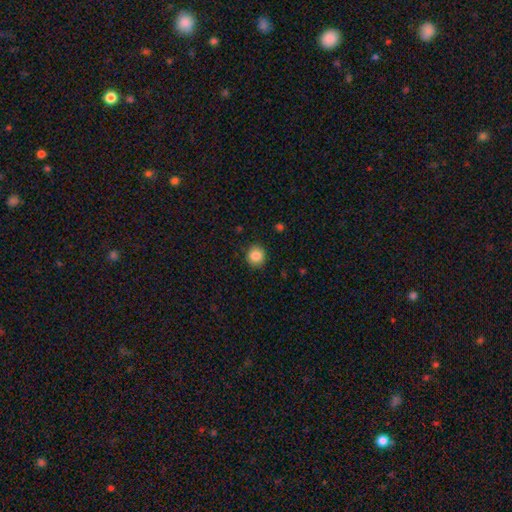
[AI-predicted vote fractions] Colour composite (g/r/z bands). It shows a smooth galaxy with no disk features (85%) that is round (84%). Merging: none (90%).